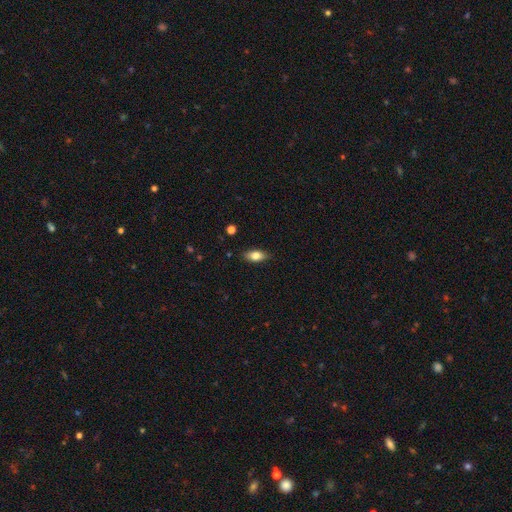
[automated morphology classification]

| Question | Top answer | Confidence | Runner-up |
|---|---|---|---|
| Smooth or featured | smooth | 77% | featured or disk (16%) |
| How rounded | in between | 85% | cigar-shaped (11%) |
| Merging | none | 85% | minor disturbance (11%) |